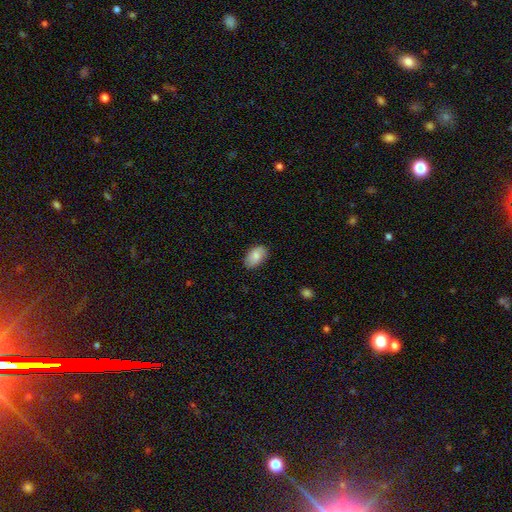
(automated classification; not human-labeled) Smooth or featured? smooth (82%)
How rounded? in between (91%)
Merging? none (83%)